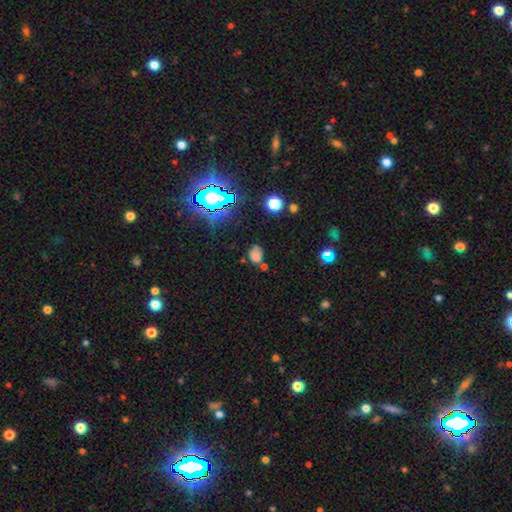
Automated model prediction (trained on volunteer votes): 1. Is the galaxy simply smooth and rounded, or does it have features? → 63% smooth, 25% star or artifact, 12% featured or disk.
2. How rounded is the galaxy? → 58% in between, 40% round, 2% cigar-shaped.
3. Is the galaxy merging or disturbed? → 50% none, 24% minor disturbance, 15% merger, 10% major disturbance.